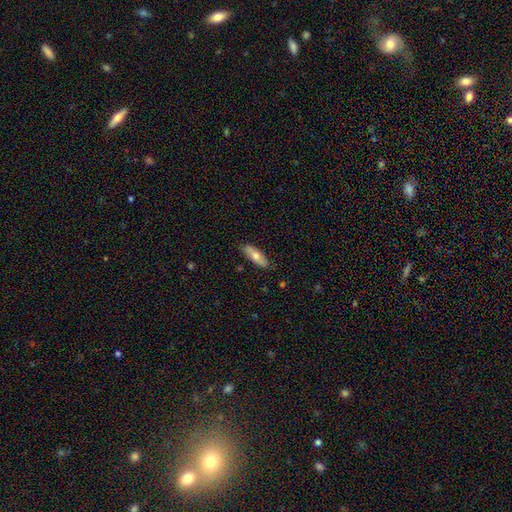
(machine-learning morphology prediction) This appears to be a smooth galaxy with no disk features (63%) that is in between round and cigar-shaped (54%). Merging: none (85%).